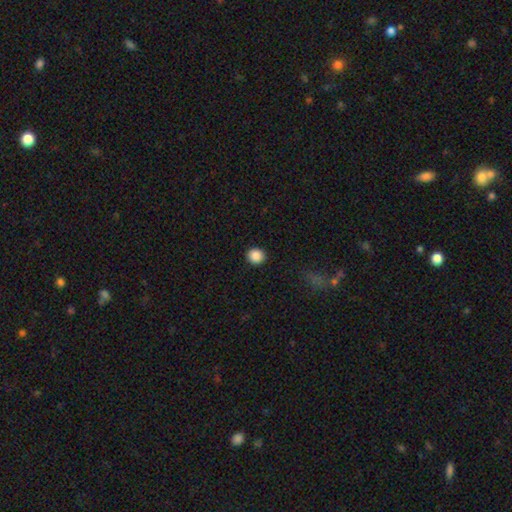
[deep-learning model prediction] A smooth galaxy with no disk features (88%) that is round (91%).

Vote fractions:
- Smooth or featured? smooth: 88% / star or artifact: 9% / featured or disk: 3%
- How rounded? round: 91% / in between: 8% / cigar-shaped: 1%
- Merging? none: 92% / minor disturbance: 5% / major disturbance: 2% / merger: 1%